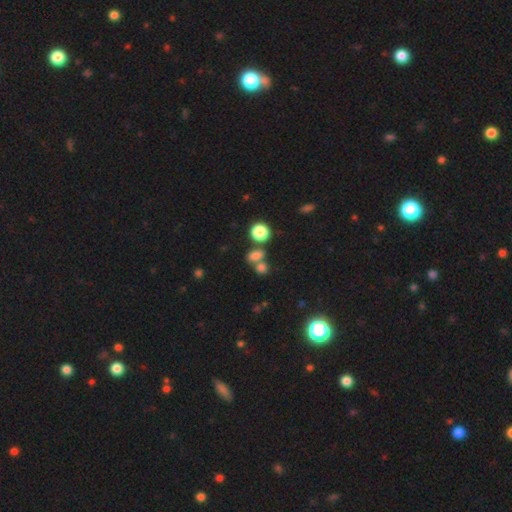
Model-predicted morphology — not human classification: Overall: smooth (75%). How rounded: in between (54%; round 43%). Merging: none (46%; merger 38%).